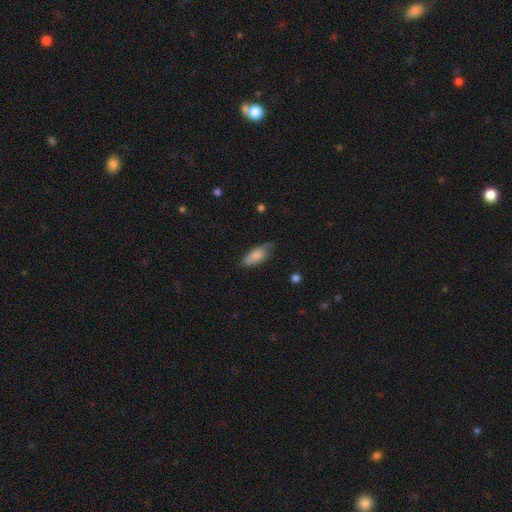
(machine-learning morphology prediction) smooth-or-featured: smooth: 79% | featured or disk: 14% | star or artifact: 7%
  how-rounded: in between: 84% | cigar-shaped: 14% | round: 2%
  merging: none: 61% | minor disturbance: 31% | major disturbance: 6% | merger: 2%